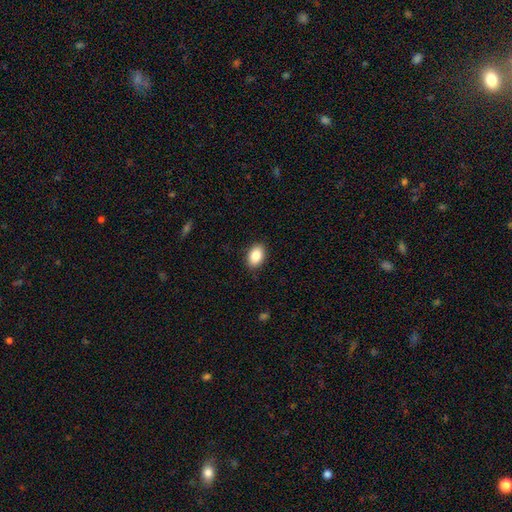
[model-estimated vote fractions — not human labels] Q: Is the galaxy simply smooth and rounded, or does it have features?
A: smooth — 87%.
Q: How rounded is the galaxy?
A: in between — 86%.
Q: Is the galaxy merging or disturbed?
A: none — 88%.